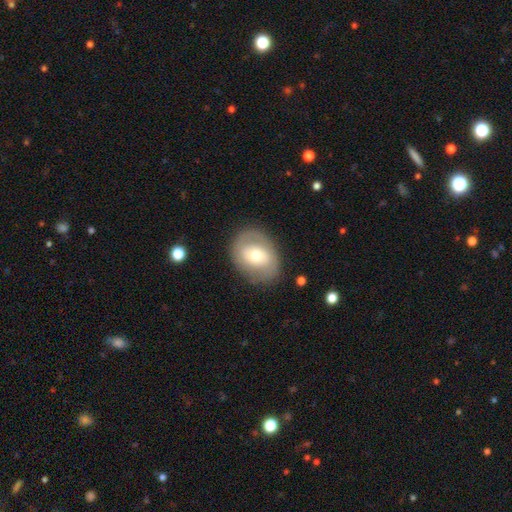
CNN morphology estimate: Smooth or featured: smooth — 49% (featured or disk — 44%)
Merging: none — 80% (minor disturbance — 13%)